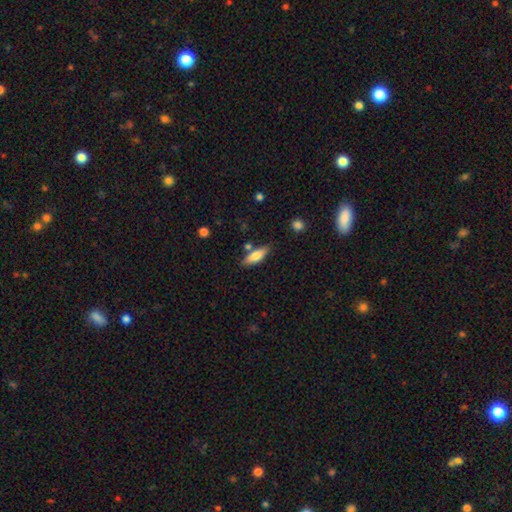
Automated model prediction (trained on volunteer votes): Q: Smooth or featured?
A: smooth (72%); runner-up: featured or disk (22%)
Q: How rounded?
A: in between (57%); runner-up: cigar-shaped (40%)
Q: Merging?
A: none (76%); runner-up: minor disturbance (13%)